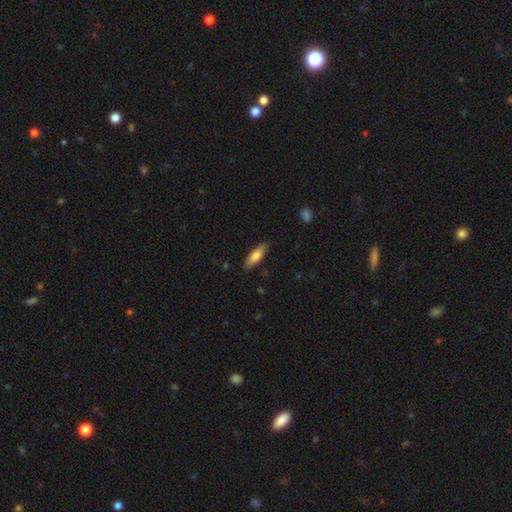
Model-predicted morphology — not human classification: Smooth or featured?
  - smooth: 74% *
  - featured or disk: 20%
  - star or artifact: 6%
How rounded?
  - cigar-shaped: 55% *
  - in between: 44%
  - round: 2%
Merging?
  - none: 86% *
  - minor disturbance: 11%
  - major disturbance: 2%
  - merger: 1%